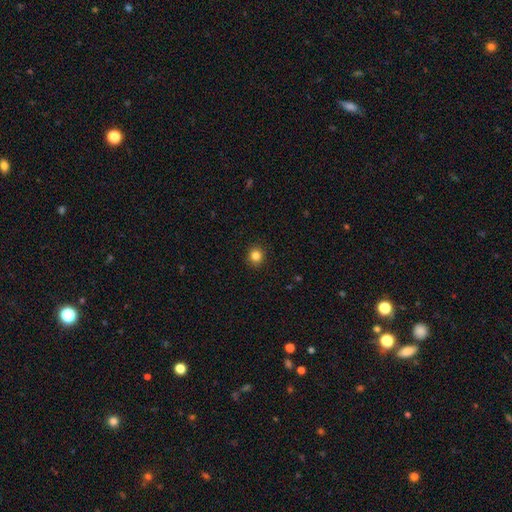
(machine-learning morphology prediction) A smooth galaxy with no disk features (84%) that is round (88%). Merging: none (92%).